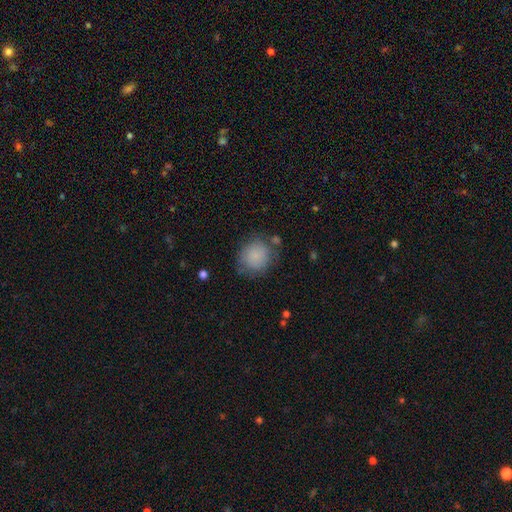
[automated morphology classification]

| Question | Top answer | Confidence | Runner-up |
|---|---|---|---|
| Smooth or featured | smooth | 83% | featured or disk (9%) |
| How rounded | round | 82% | in between (17%) |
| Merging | none | 70% | minor disturbance (19%) |